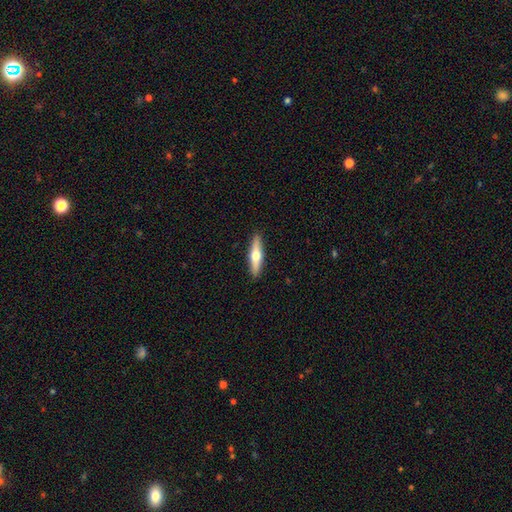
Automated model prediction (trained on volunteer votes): Morphology: type=featured or disk (51%); edge-on=yes (94%); merging=none (91%).